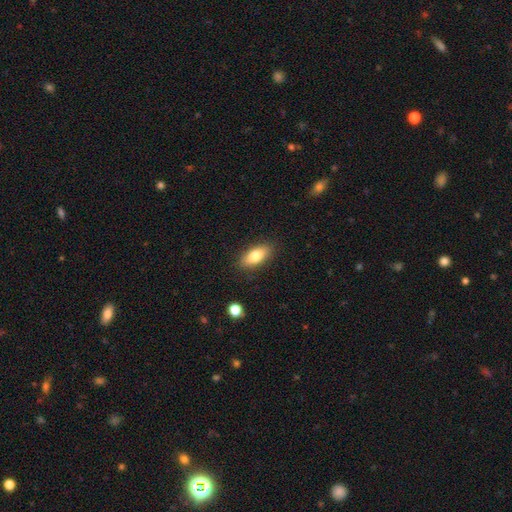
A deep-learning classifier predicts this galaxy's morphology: Overall: smooth (78%). How rounded: in between (82%). Merging: none (87%).